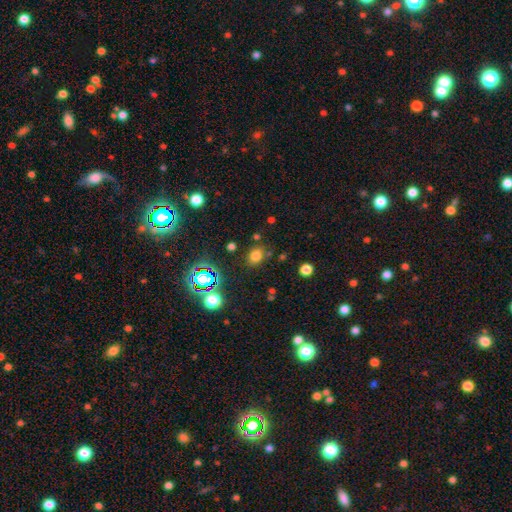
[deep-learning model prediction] Smooth or featured? Predicted: smooth (p=0.71). How rounded? Predicted: in between (p=0.53). Merging? Predicted: none (p=0.78).